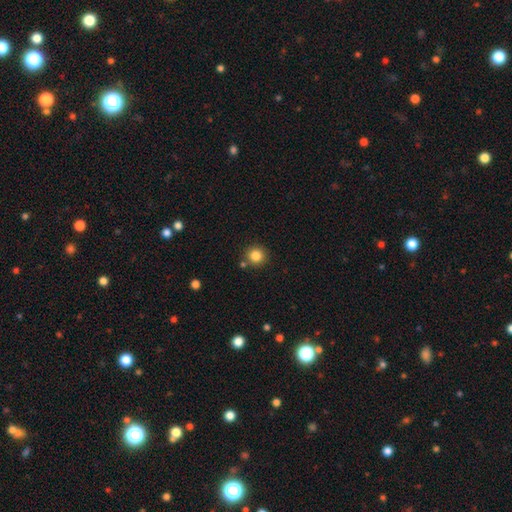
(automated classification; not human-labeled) Morphology: type=smooth (84%); roundness=round (94%); merging=none (82%).